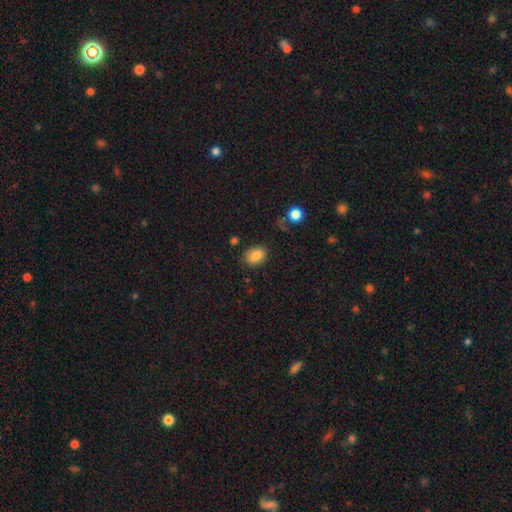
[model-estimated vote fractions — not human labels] Q: Smooth or featured?
A: smooth (85%); runner-up: star or artifact (9%)
Q: How rounded?
A: in between (79%); runner-up: round (20%)
Q: Merging?
A: none (80%); runner-up: minor disturbance (14%)